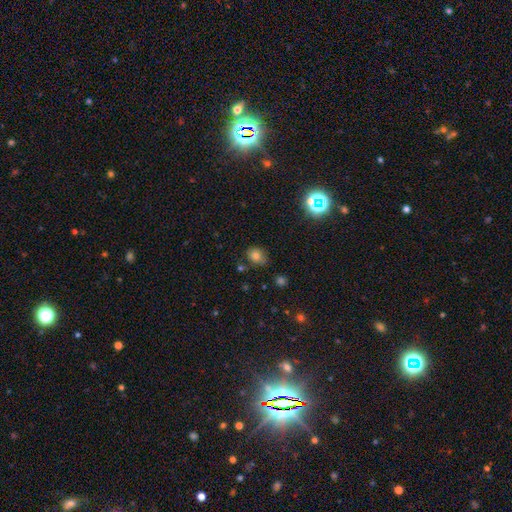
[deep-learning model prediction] Q: Smooth or featured?
A: smooth (78%); runner-up: star or artifact (15%)
Q: How rounded?
A: round (53%); runner-up: in between (46%)
Q: Merging?
A: none (68%); runner-up: minor disturbance (23%)